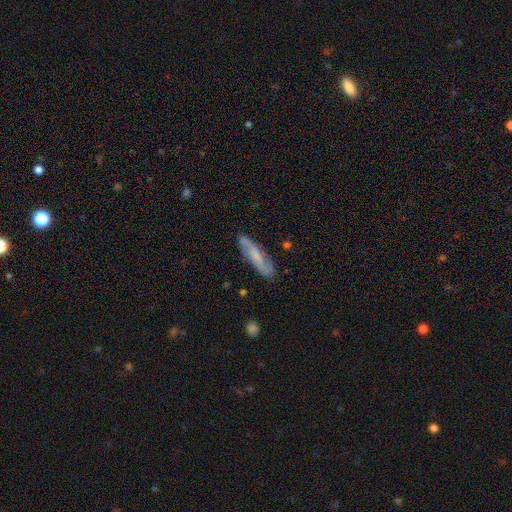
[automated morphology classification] Overall: featured or disk (57%; smooth 35%). Edge-on disk: no (76%). Merging: none (80%).